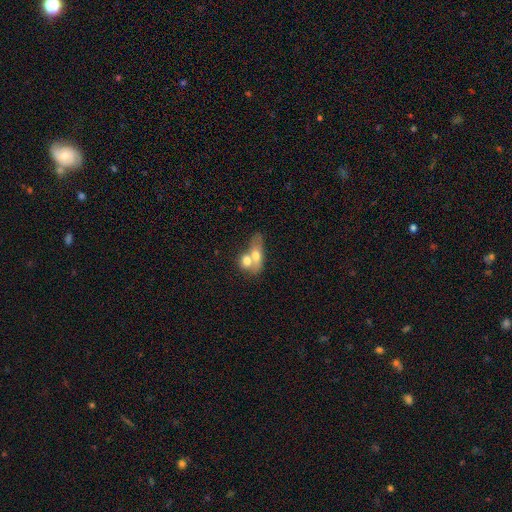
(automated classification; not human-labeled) smooth_or_featured: smooth (p=0.64) [alt: featured or disk p=0.29]
how_rounded: in between (p=0.69) [alt: round p=0.22]
merging: merger (p=0.72) [alt: none p=0.16]